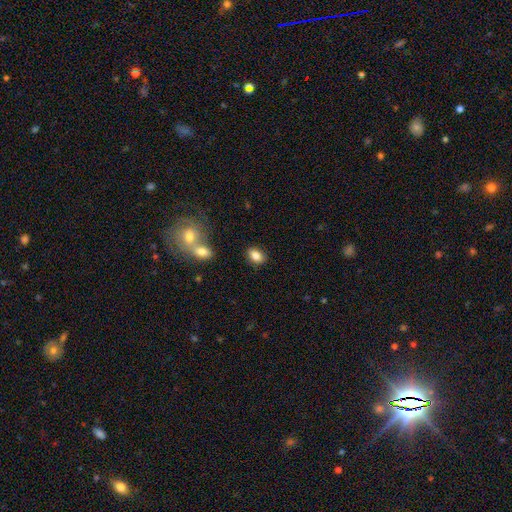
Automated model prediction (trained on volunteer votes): This is clearly a smooth galaxy (84%). How rounded: likely in between (80%). Merging: clearly none (85%).